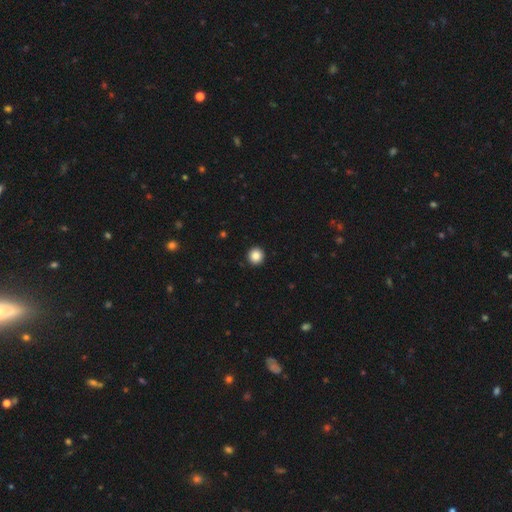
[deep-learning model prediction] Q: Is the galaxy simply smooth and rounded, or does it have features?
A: smooth — 87%.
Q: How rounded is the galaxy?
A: round — 95%.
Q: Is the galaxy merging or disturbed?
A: none — 93%.